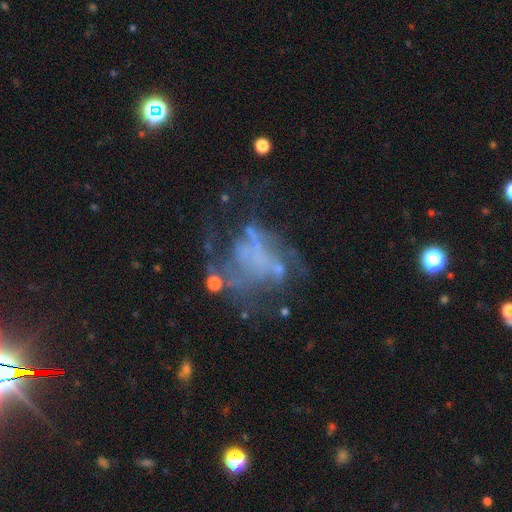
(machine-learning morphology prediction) The model was most divided on "merging": major disturbance: 42%, none: 34%, minor disturbance: 16%, merger: 8%. More confident: edge-on disk — no (98%); bar — no (86%); bulge size — none (79%); spiral arms — no (72%); smooth or featured — featured or disk (63%).